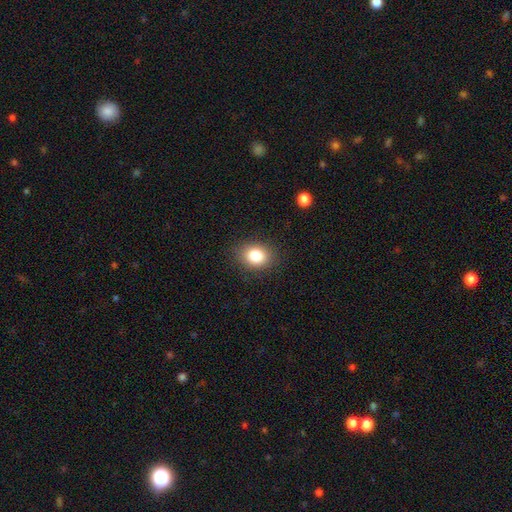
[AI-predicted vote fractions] A smooth galaxy with no disk features (83%) that is in between round and cigar-shaped (55%).

Vote fractions:
- Smooth or featured? smooth: 83% / star or artifact: 10% / featured or disk: 7%
- How rounded? in between: 55% / round: 44% / cigar-shaped: 1%
- Merging? none: 86% / minor disturbance: 9% / major disturbance: 3% / merger: 1%